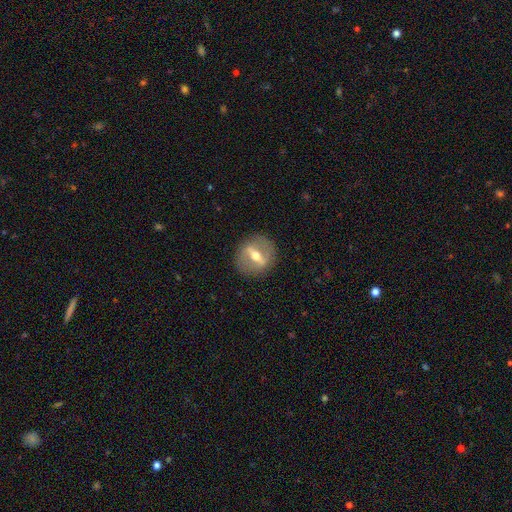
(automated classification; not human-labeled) Overall: featured or disk (72%). Edge-on disk: no (72%). Bar: strong (72%). Spiral arms: no (77%). Bulge size: moderate (73%). Merging: none (86%).